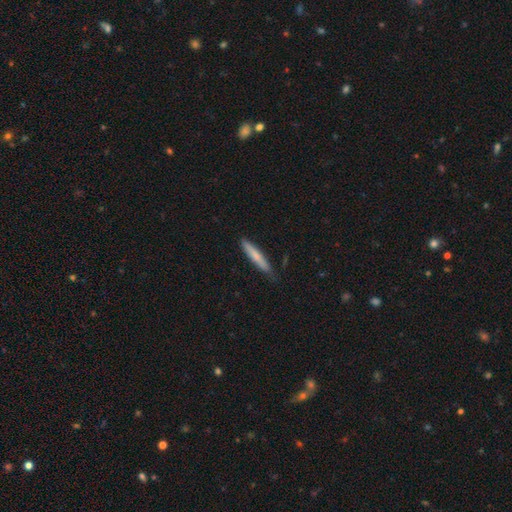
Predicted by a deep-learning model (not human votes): smooth 70%, featured or disk 25%, star or artifact 6%. Down the decision tree: how rounded — cigar-shaped (93%); merging — none (81%).